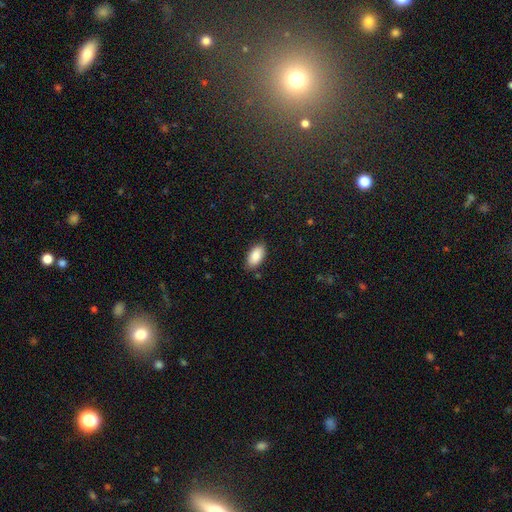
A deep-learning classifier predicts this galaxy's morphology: Smooth or featured: smooth — 88% (star or artifact — 7%)
How rounded: in between — 94% (cigar-shaped — 3%)
Merging: none — 85% (minor disturbance — 11%)